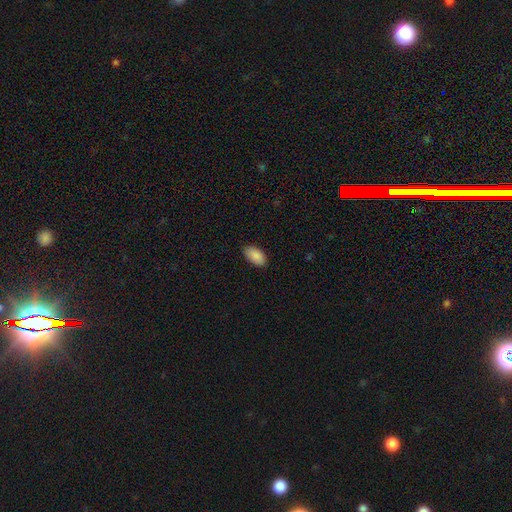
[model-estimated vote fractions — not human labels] This appears to be a smooth galaxy with no disk features (89%) that is in between round and cigar-shaped (95%). Merging: none (87%).